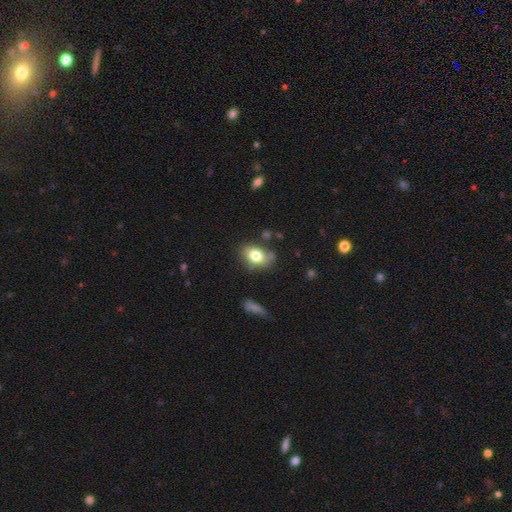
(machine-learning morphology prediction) Smooth or featured? Predicted: smooth (p=0.76). How rounded? Predicted: in between (p=0.73). Merging? Predicted: none (p=0.70).